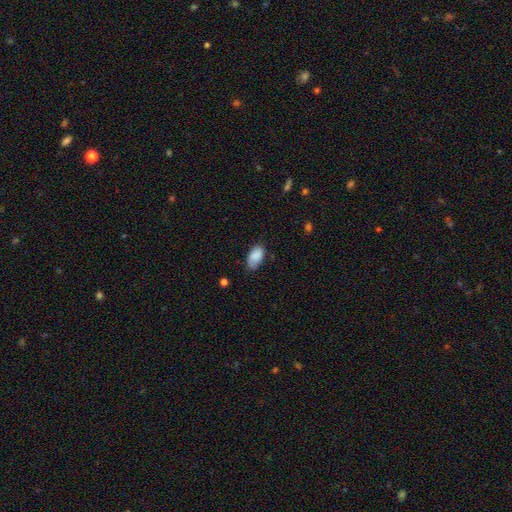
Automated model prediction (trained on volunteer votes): Smooth or featured? smooth (86%)
How rounded? in between (94%)
Merging? none (65%)